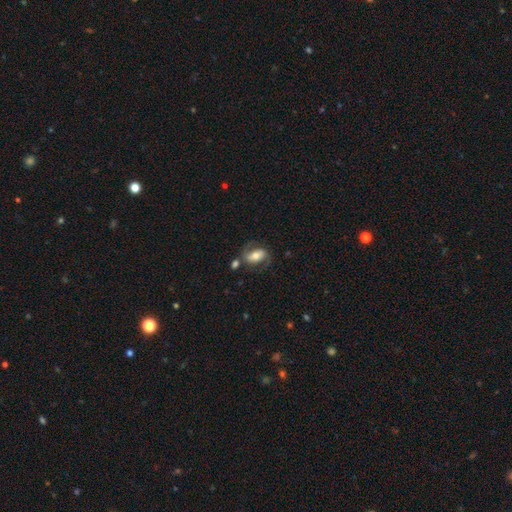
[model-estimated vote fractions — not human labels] featured or disk 50%, smooth 43%, star or artifact 7%. Down the decision tree: merging — none (58%).